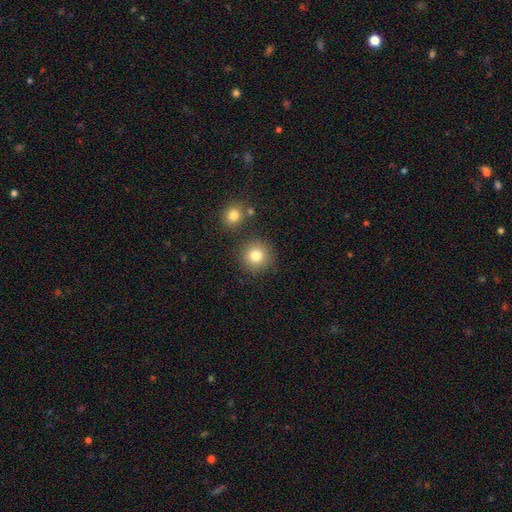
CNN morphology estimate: Smooth or featured?
  - smooth: 82% *
  - star or artifact: 11%
  - featured or disk: 8%
How rounded?
  - round: 93% *
  - in between: 6%
  - cigar-shaped: 1%
Merging?
  - none: 85% *
  - minor disturbance: 7%
  - merger: 5%
  - major disturbance: 3%